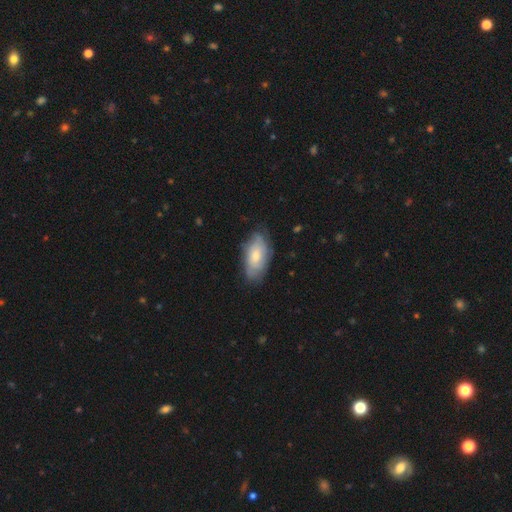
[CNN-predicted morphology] Smooth or featured: smooth — 56% (featured or disk — 38%)
How rounded: in between — 91% (cigar-shaped — 6%)
Merging: none — 69% (minor disturbance — 23%)